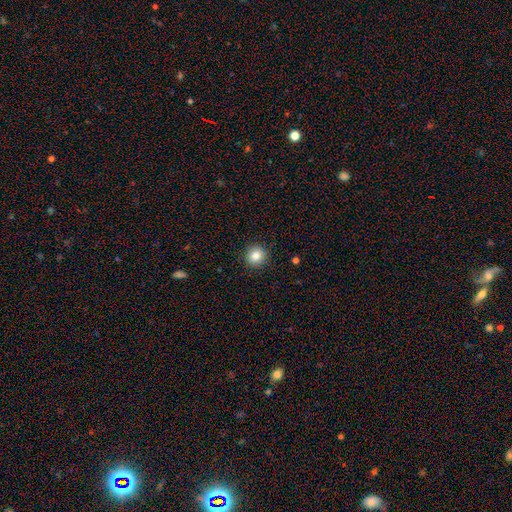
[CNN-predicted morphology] A smooth galaxy with no disk features (84%) that is round (92%).

Vote fractions:
- Smooth or featured? smooth: 84% / star or artifact: 10% / featured or disk: 6%
- How rounded? round: 92% / in between: 7% / cigar-shaped: 1%
- Merging? none: 92% / minor disturbance: 5% / major disturbance: 2% / merger: 1%